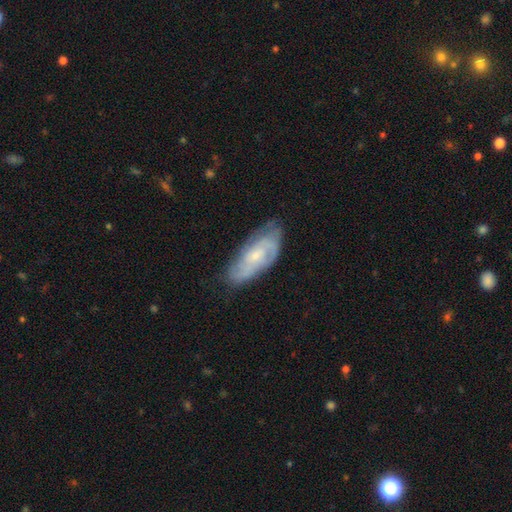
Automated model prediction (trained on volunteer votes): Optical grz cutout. It shows a featured or disk galaxy (68%) with no bar (65%), 2 (40%) tight (48%) spiral arms (87%) and a small central bulge (65%). Merging: none (67%).